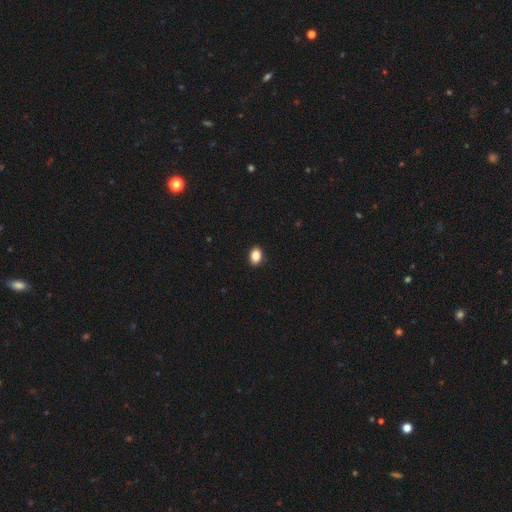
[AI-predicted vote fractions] A smooth galaxy with no disk features (88%) that is in between round and cigar-shaped (79%).

Vote fractions:
- Smooth or featured? smooth: 88% / star or artifact: 9% / featured or disk: 3%
- How rounded? in between: 79% / round: 19% / cigar-shaped: 1%
- Merging? none: 90% / minor disturbance: 7% / major disturbance: 2% / merger: 1%